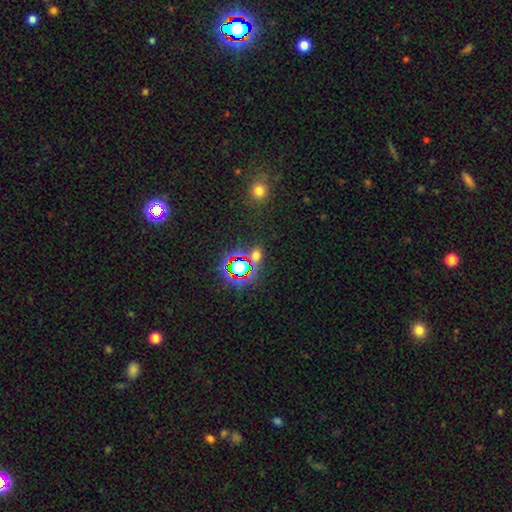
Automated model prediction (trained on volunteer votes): The model was most divided on "smooth or featured": star or artifact: 47%, smooth: 45%, featured or disk: 9%.